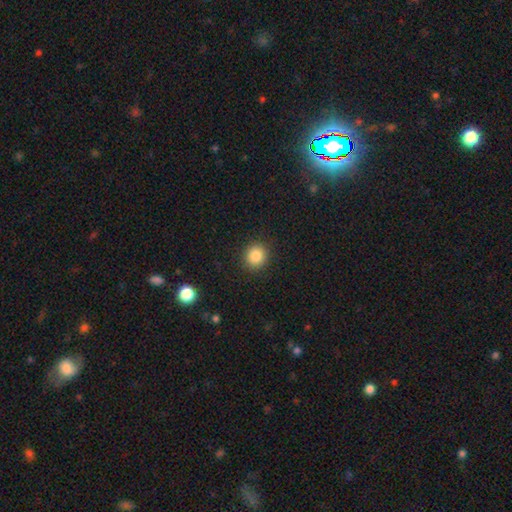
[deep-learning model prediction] A smooth galaxy with no disk features (85%) that is round (85%).

Vote fractions:
- Smooth or featured? smooth: 85% / star or artifact: 10% / featured or disk: 5%
- How rounded? round: 85% / in between: 14% / cigar-shaped: 1%
- Merging? none: 91% / minor disturbance: 6% / major disturbance: 2% / merger: 1%